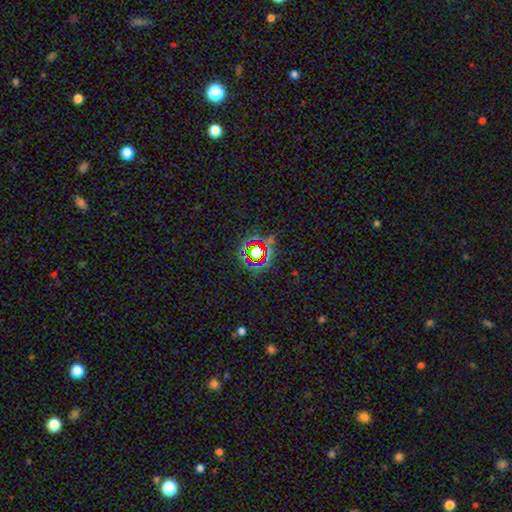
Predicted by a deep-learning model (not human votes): This appears to be a star or artifact, not a galaxy (68%).